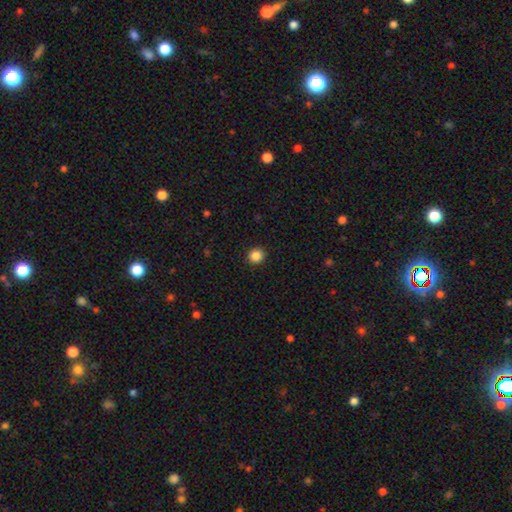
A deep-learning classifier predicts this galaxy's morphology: smooth-or-featured: smooth: 87% | star or artifact: 10% | featured or disk: 3%
  how-rounded: round: 91% | in between: 8% | cigar-shaped: 1%
  merging: none: 92% | minor disturbance: 5% | major disturbance: 2% | merger: 1%